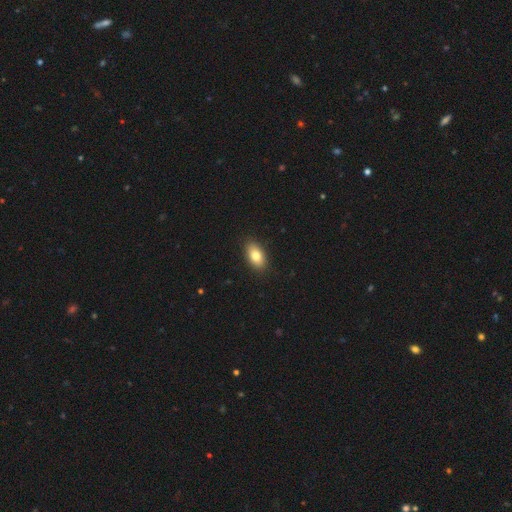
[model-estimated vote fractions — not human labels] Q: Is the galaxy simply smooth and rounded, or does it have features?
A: smooth — 82%.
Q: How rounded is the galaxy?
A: in between — 91%.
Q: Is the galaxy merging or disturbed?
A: none — 89%.